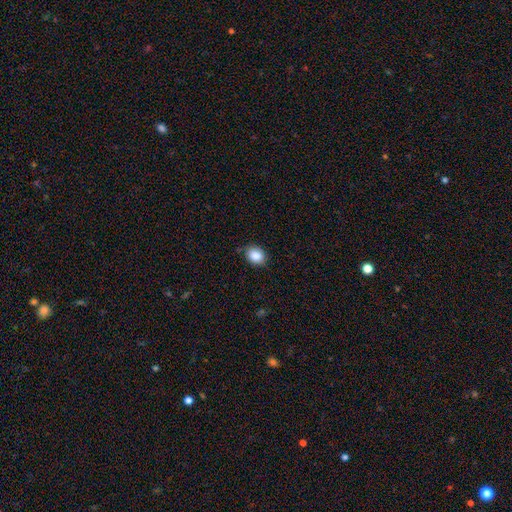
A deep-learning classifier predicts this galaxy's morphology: smooth 87%, star or artifact 8%, featured or disk 5%. Down the decision tree: how rounded — in between (55%); merging — none (80%).